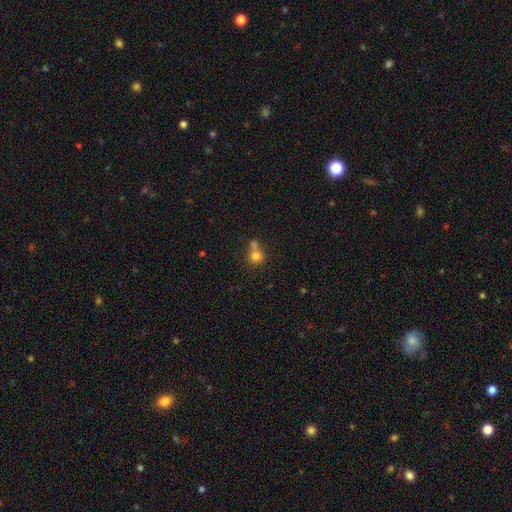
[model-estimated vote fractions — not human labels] Smooth or featured? smooth (77%)
How rounded? round (85%)
Merging? merger (49%)